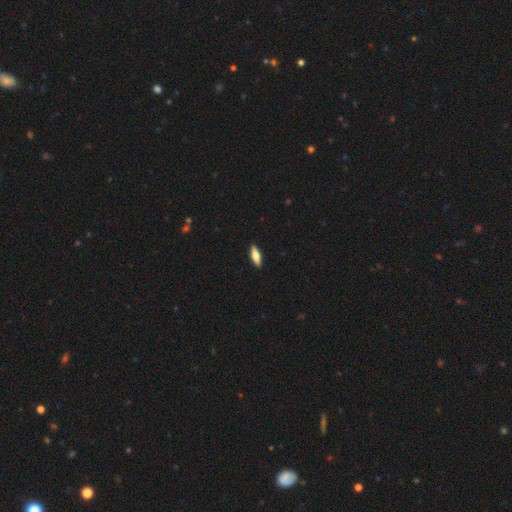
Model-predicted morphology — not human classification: type=smooth (61%); roundness=in between (59%); merging=none (91%).